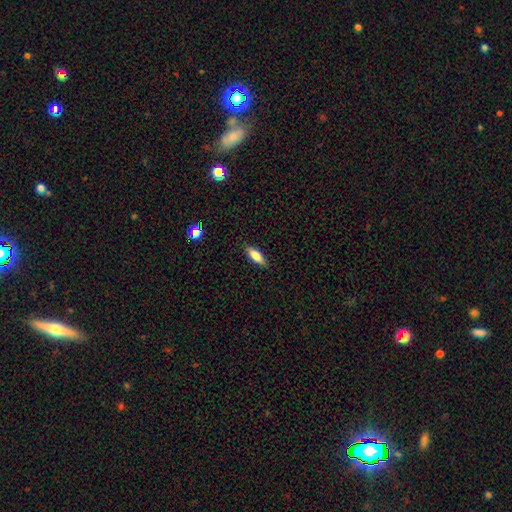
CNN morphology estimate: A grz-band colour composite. It shows a smooth galaxy with no disk features (76%) that is in between round and cigar-shaped (63%). Merging: none (86%).